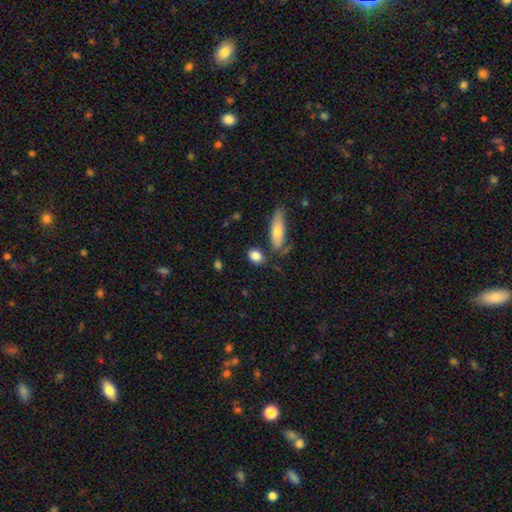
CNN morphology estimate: smooth 85%, featured or disk 8%, star or artifact 7%. Down the decision tree: how rounded — in between (57%); merging — none (75%).